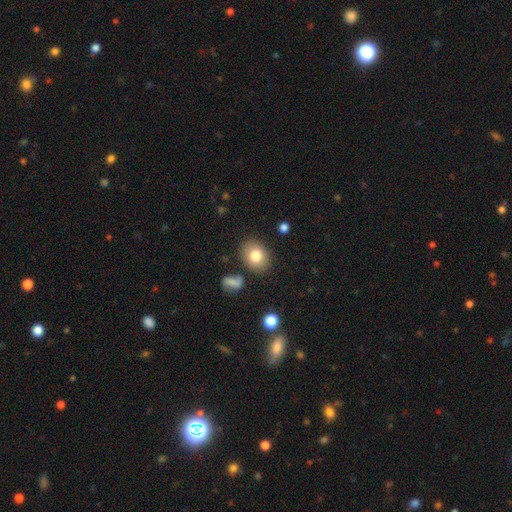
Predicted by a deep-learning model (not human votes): Q: Smooth or featured?
A: smooth (80%); runner-up: featured or disk (11%)
Q: How rounded?
A: in between (53%); runner-up: round (46%)
Q: Merging?
A: none (80%); runner-up: minor disturbance (12%)